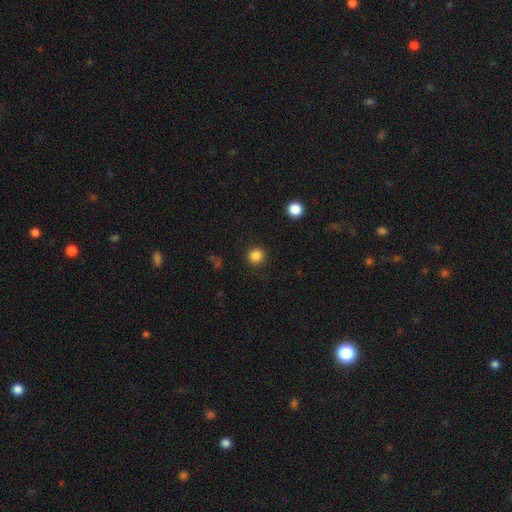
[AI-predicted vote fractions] Smooth or featured? smooth (85%)
How rounded? round (93%)
Merging? none (91%)